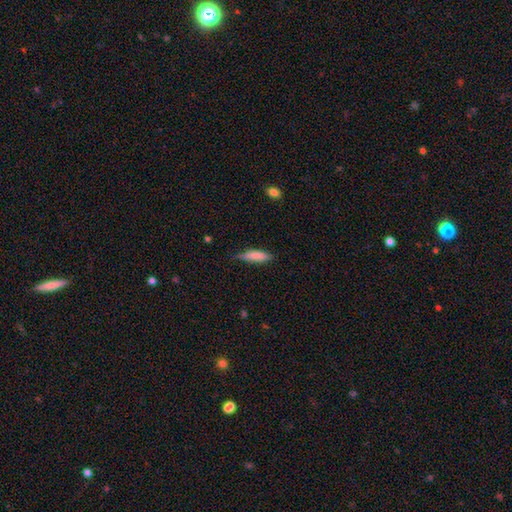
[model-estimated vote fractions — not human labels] smooth-or-featured: smooth: 81% | featured or disk: 12% | star or artifact: 7%
  how-rounded: cigar-shaped: 59% | in between: 40% | round: 2%
  merging: none: 62% | minor disturbance: 31% | major disturbance: 6% | merger: 2%